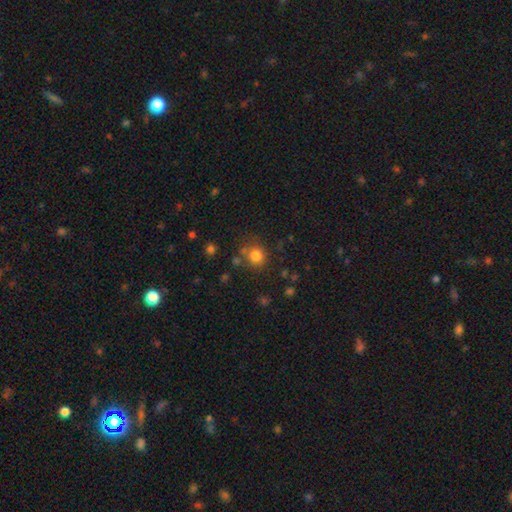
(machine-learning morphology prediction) smooth-or-featured: smooth: 80% | star or artifact: 14% | featured or disk: 6%
  how-rounded: round: 87% | in between: 12% | cigar-shaped: 1%
  merging: none: 73% | minor disturbance: 12% | merger: 10% | major disturbance: 5%